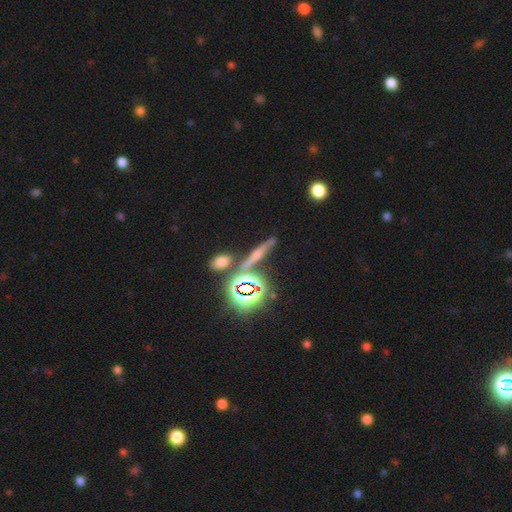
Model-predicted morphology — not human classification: This is marginally a smooth galaxy (38%). Merging: likely none (72%).